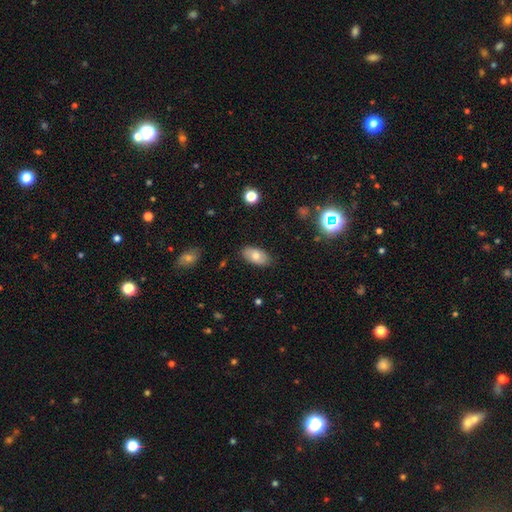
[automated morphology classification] Overall: smooth (73%). How rounded: in between (93%). Merging: none (85%).